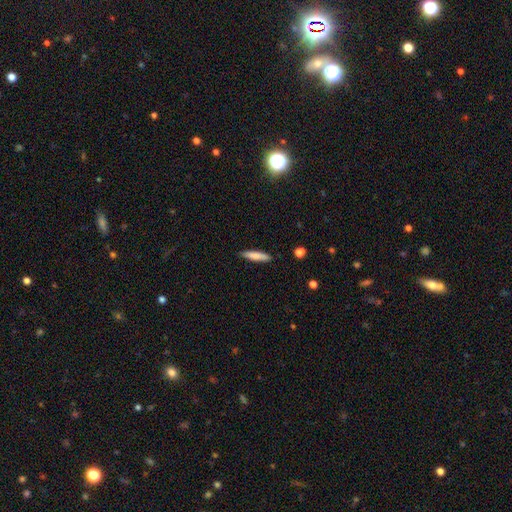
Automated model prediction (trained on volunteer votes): Smooth or featured: smooth — 79% (featured or disk — 15%)
How rounded: cigar-shaped — 84% (in between — 15%)
Merging: none — 87% (minor disturbance — 10%)